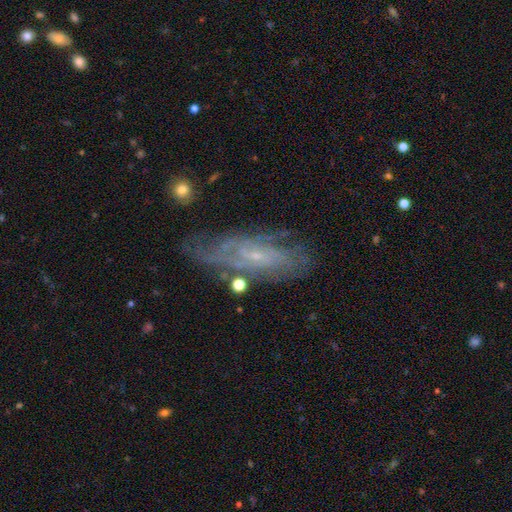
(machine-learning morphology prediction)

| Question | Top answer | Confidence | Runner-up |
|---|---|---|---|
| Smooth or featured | featured or disk | 74% | smooth (17%) |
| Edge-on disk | no | 84% | yes (16%) |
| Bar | no | 59% | weak (32%) |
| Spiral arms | yes | 86% | no (14%) |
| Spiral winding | tight | 57% | medium (32%) |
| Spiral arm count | can't tell | 53% | 2 (19%) |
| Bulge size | small | 81% | moderate (11%) |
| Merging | none | 68% | minor disturbance (20%) |